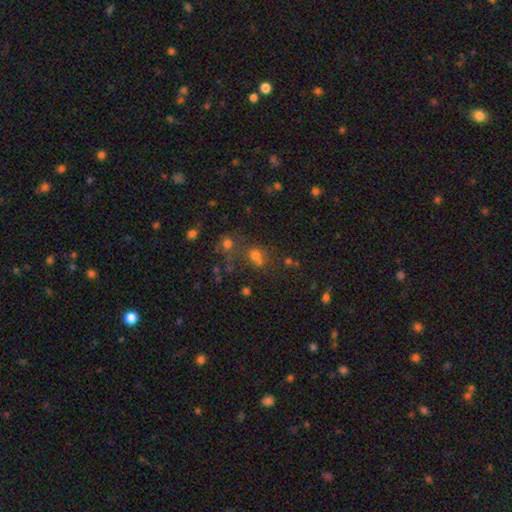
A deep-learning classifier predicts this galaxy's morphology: Q: Smooth or featured?
A: smooth (58%); runner-up: star or artifact (31%)
Q: How rounded?
A: round (79%); runner-up: in between (20%)
Q: Merging?
A: none (49%); runner-up: merger (36%)